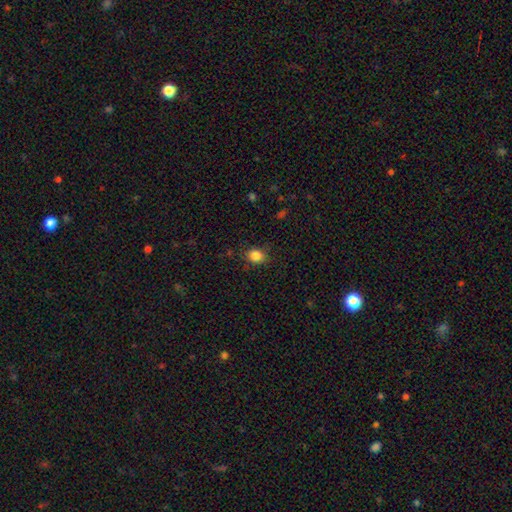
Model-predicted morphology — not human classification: The model was most divided on "how rounded": round: 62%, in between: 37%, cigar-shaped: 1%. More confident: smooth or featured — smooth (85%); merging — none (84%).